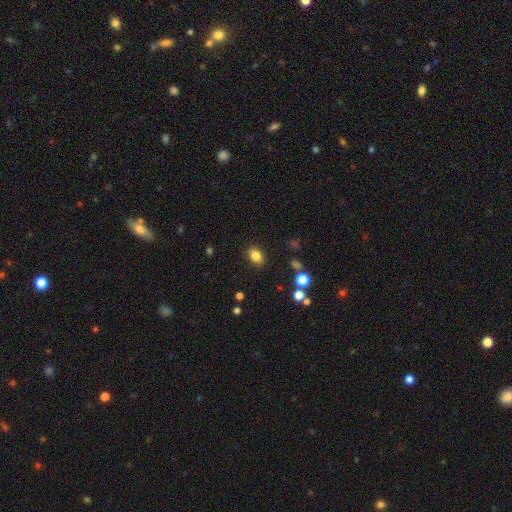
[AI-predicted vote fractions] Smooth or featured: smooth — 82% (star or artifact — 11%)
How rounded: in between — 77% (round — 22%)
Merging: none — 87% (minor disturbance — 9%)